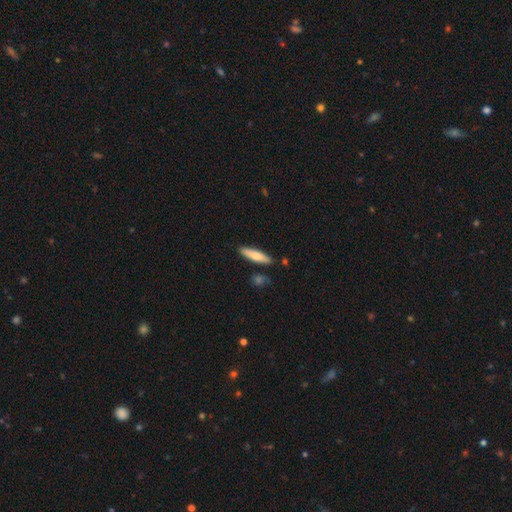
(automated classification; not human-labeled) smooth_or_featured: smooth (p=0.71) [alt: featured or disk p=0.24]
how_rounded: cigar-shaped (p=0.77) [alt: in between p=0.22]
merging: none (p=0.85) [alt: minor disturbance p=0.10]